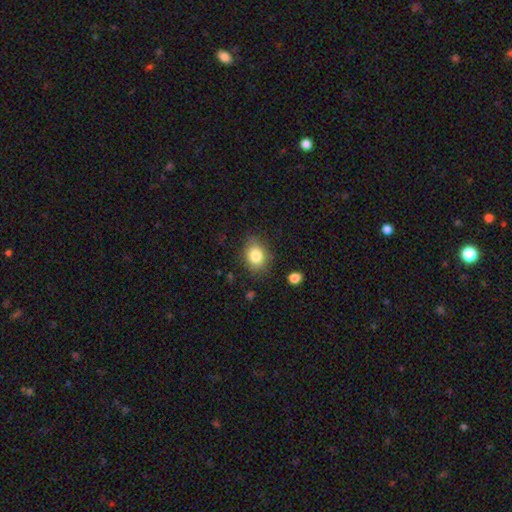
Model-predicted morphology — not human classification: Smooth or featured: smooth — 82% (star or artifact — 10%)
How rounded: in between — 54% (round — 45%)
Merging: none — 80% (minor disturbance — 14%)